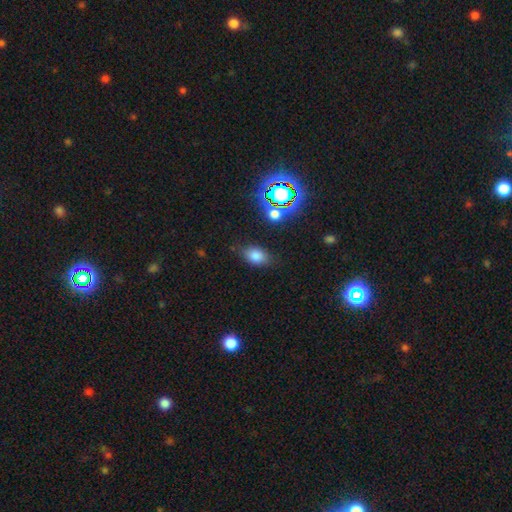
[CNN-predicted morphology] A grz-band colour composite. It shows a smooth galaxy with no disk features (76%) that is in between round and cigar-shaped (84%). Merging: none (76%).